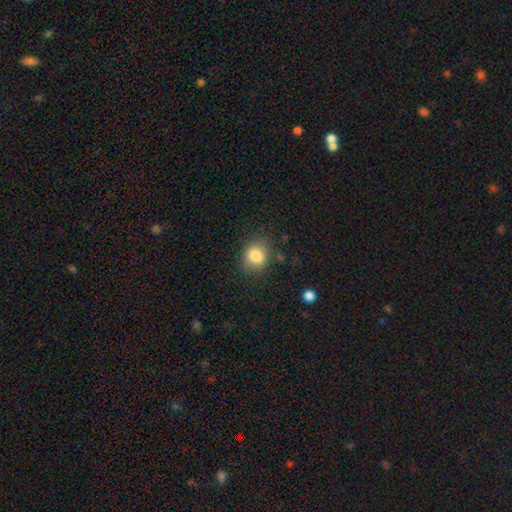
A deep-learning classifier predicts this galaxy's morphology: Smooth or featured? Predicted: smooth (p=0.82). How rounded? Predicted: round (p=0.64). Merging? Predicted: none (p=0.80).